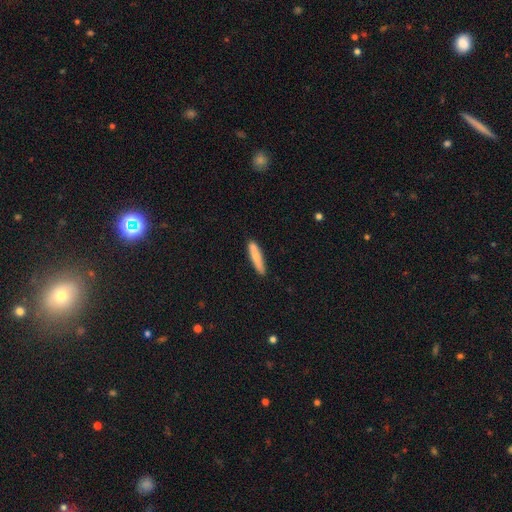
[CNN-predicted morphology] type=smooth (81%); roundness=cigar-shaped (88%); merging=none (86%).